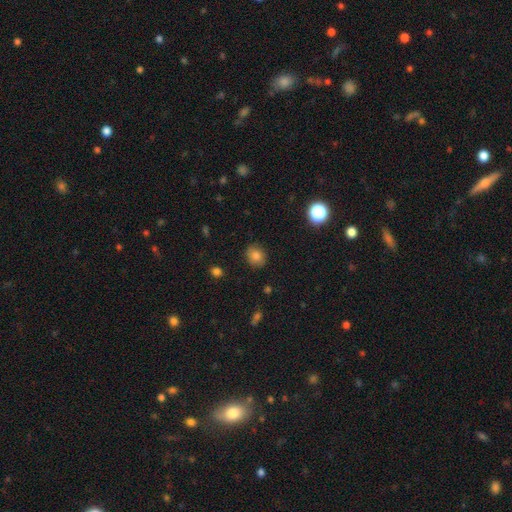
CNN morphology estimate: Smooth or featured: smooth — 80% (star or artifact — 11%)
How rounded: round — 67% (in between — 32%)
Merging: none — 86% (minor disturbance — 10%)